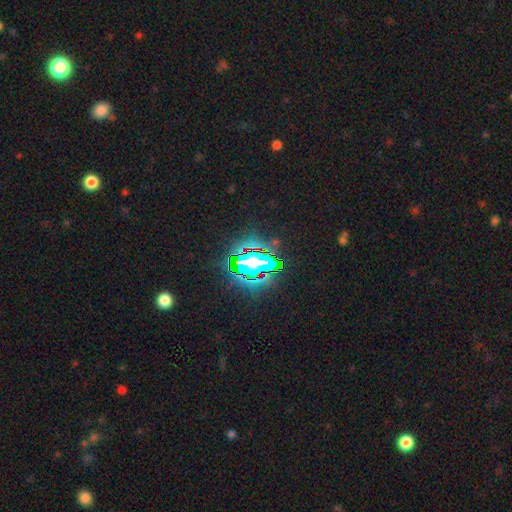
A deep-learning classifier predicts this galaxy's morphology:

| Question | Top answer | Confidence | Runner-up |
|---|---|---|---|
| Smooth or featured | star or artifact | 67% | smooth (20%) |